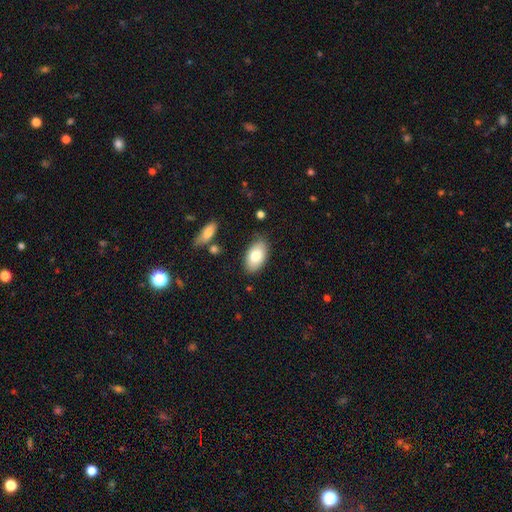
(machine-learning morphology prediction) Smooth or featured? smooth (80%)
How rounded? in between (94%)
Merging? none (83%)